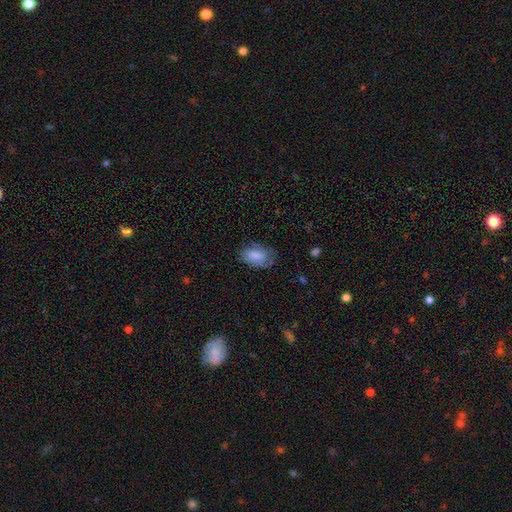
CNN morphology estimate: type=smooth (71%); roundness=in between (89%); merging=none (62%).